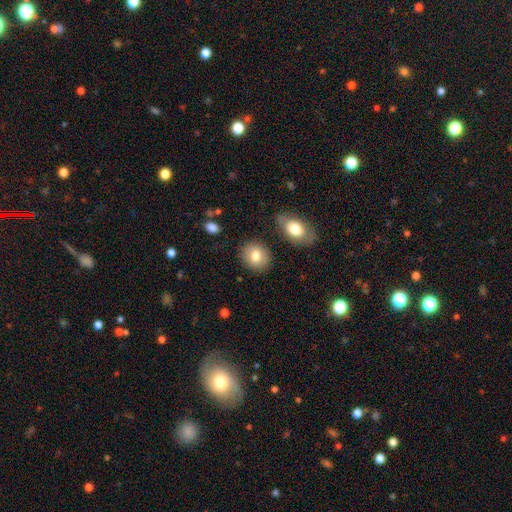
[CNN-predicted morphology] smooth 80%, featured or disk 12%, star or artifact 8%. Down the decision tree: how rounded — round (69%); merging — none (85%).